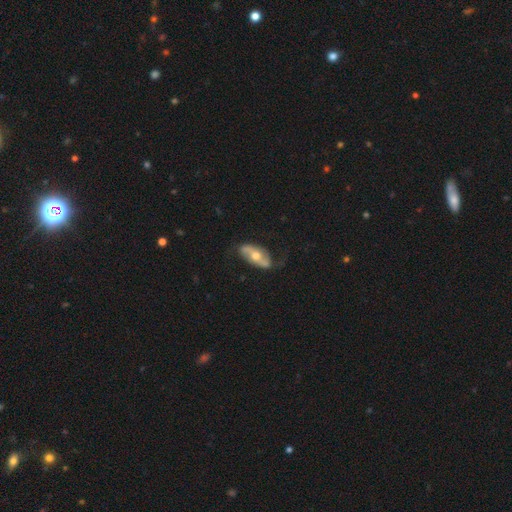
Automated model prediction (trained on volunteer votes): Smooth or featured?
  - featured or disk: 64% *
  - smooth: 31%
  - star or artifact: 5%
Edge-on disk?
  - no: 84% *
  - yes: 16%
Bar?
  - no: 58% *
  - weak: 24%
  - strong: 18%
Spiral arms?
  - yes: 76% *
  - no: 24%
Bulge size?
  - moderate: 74% *
  - small: 19%
  - large: 5%
  - none: 1%
  - dominant: 1%
Merging?
  - none: 69% *
  - minor disturbance: 22%
  - major disturbance: 7%
  - merger: 2%